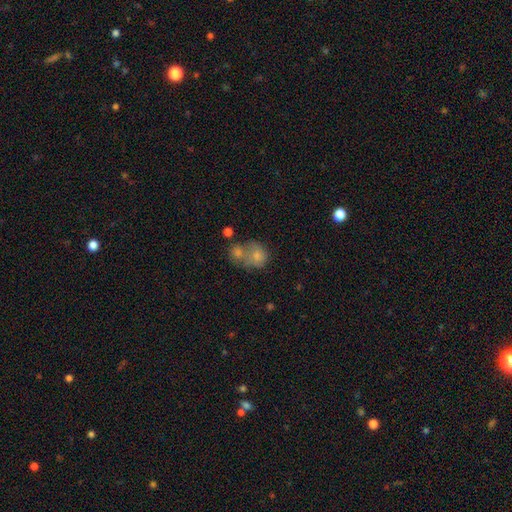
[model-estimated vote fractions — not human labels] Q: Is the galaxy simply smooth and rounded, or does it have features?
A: smooth — 73%.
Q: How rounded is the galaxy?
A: round — 61%.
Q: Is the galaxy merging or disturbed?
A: merger — 56%.